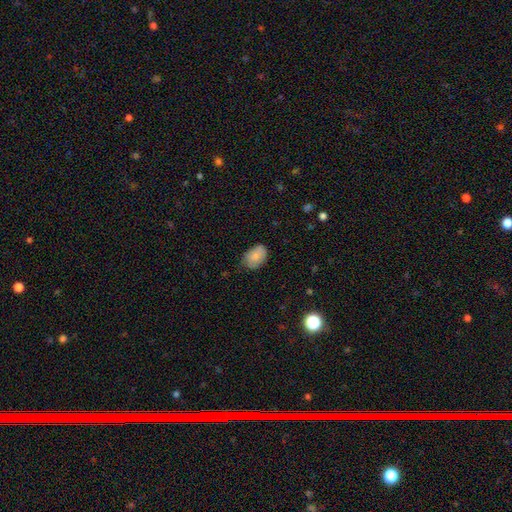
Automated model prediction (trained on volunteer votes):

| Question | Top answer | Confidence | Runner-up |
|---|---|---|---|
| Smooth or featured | smooth | 84% | featured or disk (9%) |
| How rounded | in between | 84% | round (15%) |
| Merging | none | 69% | minor disturbance (26%) |